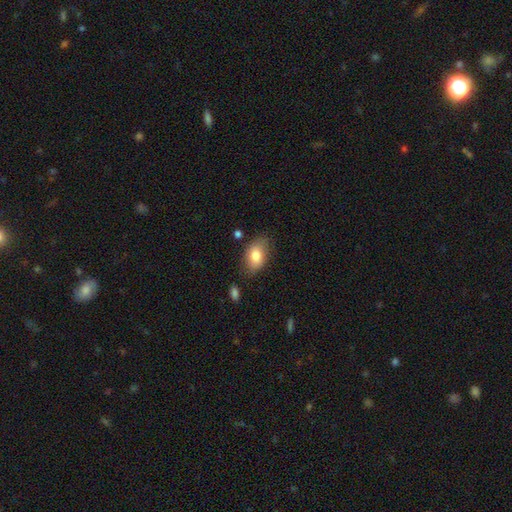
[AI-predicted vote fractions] A smooth galaxy with no disk features (80%) that is in between round and cigar-shaped (89%).

Vote fractions:
- Smooth or featured? smooth: 80% / featured or disk: 13% / star or artifact: 7%
- How rounded? in between: 89% / round: 9% / cigar-shaped: 2%
- Merging? none: 75% / minor disturbance: 18% / major disturbance: 4% / merger: 3%